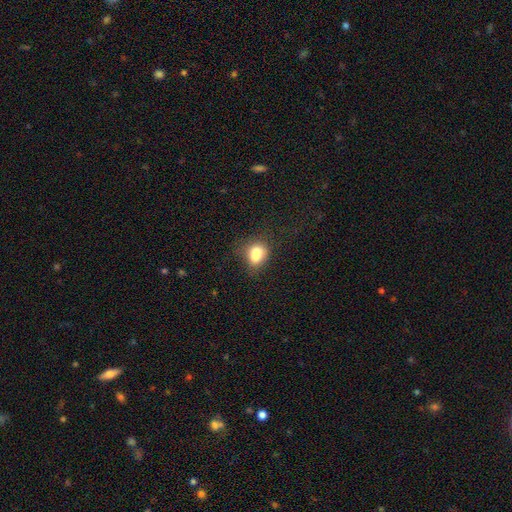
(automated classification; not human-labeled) A smooth galaxy with no disk features (81%) that is in between round and cigar-shaped (65%). Merging: none (58%).